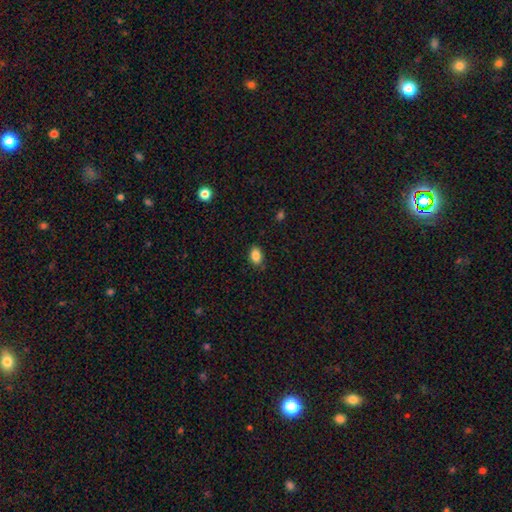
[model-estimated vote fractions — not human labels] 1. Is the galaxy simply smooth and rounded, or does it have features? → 86% smooth, 9% star or artifact, 5% featured or disk.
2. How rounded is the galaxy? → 85% in between, 13% round, 2% cigar-shaped.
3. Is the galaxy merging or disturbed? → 83% none, 13% minor disturbance, 3% major disturbance, 1% merger.